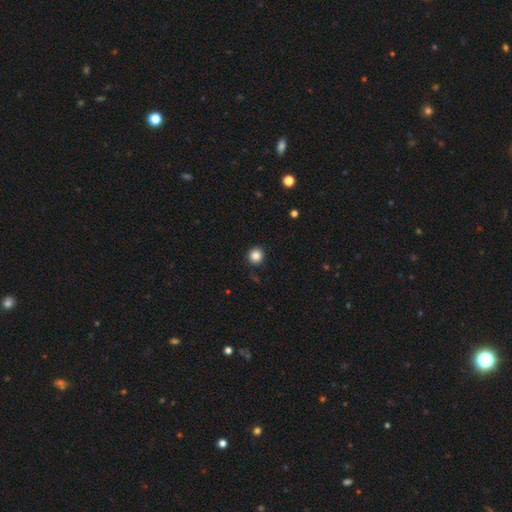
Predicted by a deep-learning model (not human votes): Smooth or featured?
  - smooth: 85% *
  - star or artifact: 11%
  - featured or disk: 4%
How rounded?
  - round: 91% *
  - in between: 8%
  - cigar-shaped: 1%
Merging?
  - none: 90% *
  - minor disturbance: 7%
  - major disturbance: 2%
  - merger: 1%